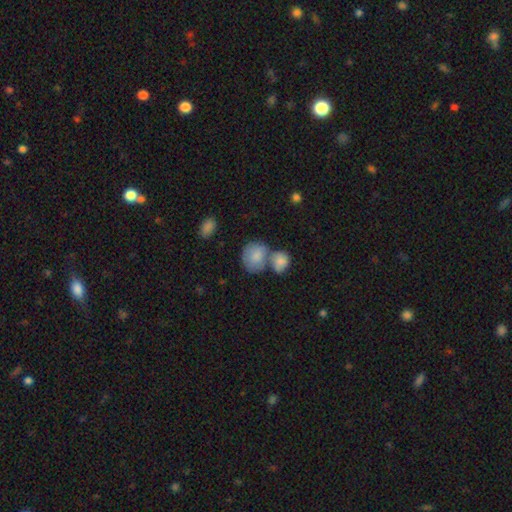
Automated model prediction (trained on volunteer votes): The model was most divided on "how rounded": round: 57%, in between: 41%, cigar-shaped: 1%. Remaining: smooth or featured — smooth (80%); merging — merger (49%).